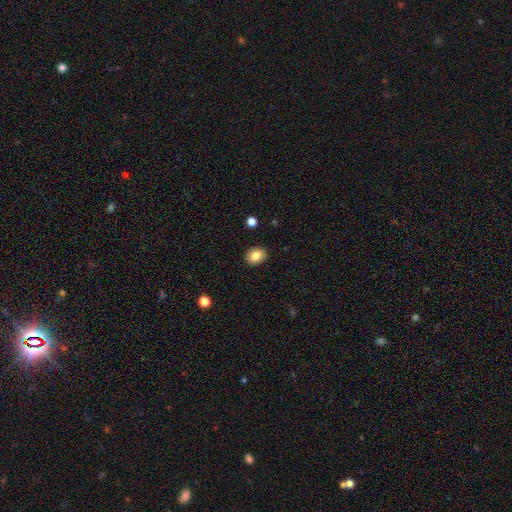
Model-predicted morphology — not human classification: A smooth galaxy with no disk features (84%) that is in between round and cigar-shaped (64%). Merging: none (90%).